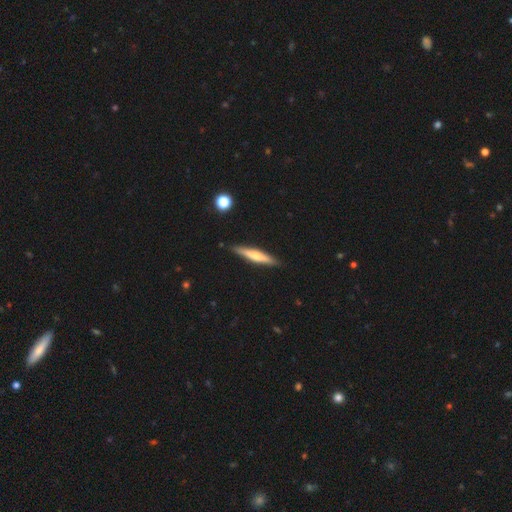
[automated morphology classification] type=featured or disk (48%); merging=none (88%).